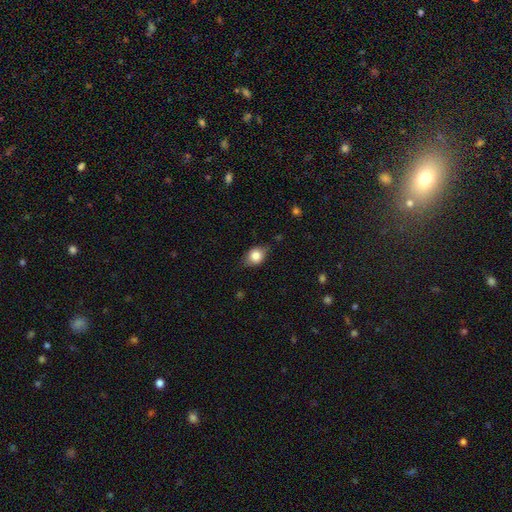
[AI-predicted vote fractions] A smooth galaxy with no disk features (80%) that is in between round and cigar-shaped (61%).

Vote fractions:
- Smooth or featured? smooth: 80% / featured or disk: 12% / star or artifact: 8%
- How rounded? in between: 61% / round: 37% / cigar-shaped: 2%
- Merging? none: 72% / minor disturbance: 22% / major disturbance: 5% / merger: 1%